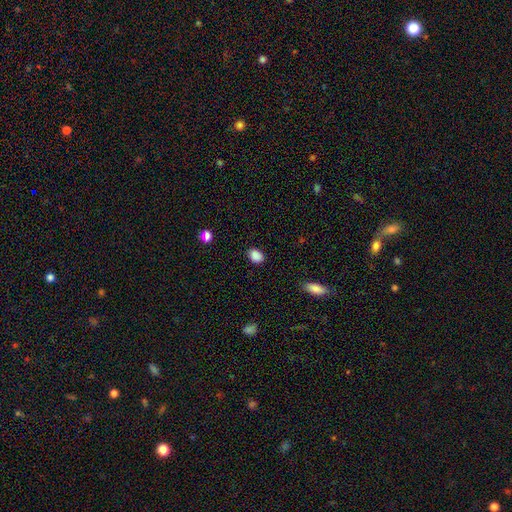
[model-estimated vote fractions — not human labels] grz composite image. It shows a smooth galaxy with no disk features (88%) that is in between round and cigar-shaped (71%). Merging: none (87%).